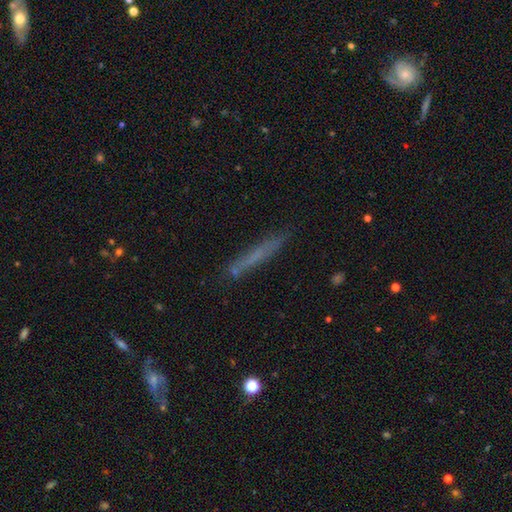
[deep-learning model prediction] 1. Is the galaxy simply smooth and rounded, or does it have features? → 58% smooth, 32% featured or disk, 10% star or artifact.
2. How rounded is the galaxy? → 95% cigar-shaped, 3% in between, 2% round.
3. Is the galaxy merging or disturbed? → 83% none, 12% minor disturbance, 3% major disturbance, 2% merger.